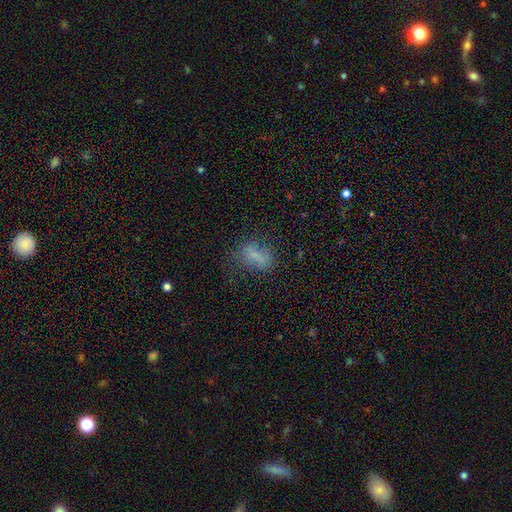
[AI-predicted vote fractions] A smooth galaxy with no disk features (66%) that is in between round and cigar-shaped (74%).

Vote fractions:
- Smooth or featured? smooth: 66% / featured or disk: 19% / star or artifact: 14%
- How rounded? in between: 74% / cigar-shaped: 15% / round: 11%
- Merging? none: 56% / minor disturbance: 23% / major disturbance: 17% / merger: 4%